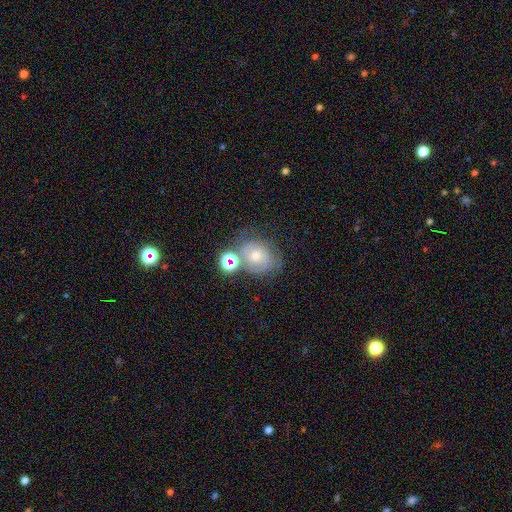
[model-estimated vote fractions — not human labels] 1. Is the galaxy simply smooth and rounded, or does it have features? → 50% featured or disk, 32% smooth, 19% star or artifact.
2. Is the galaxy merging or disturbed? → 55% none, 19% minor disturbance, 15% merger, 11% major disturbance.